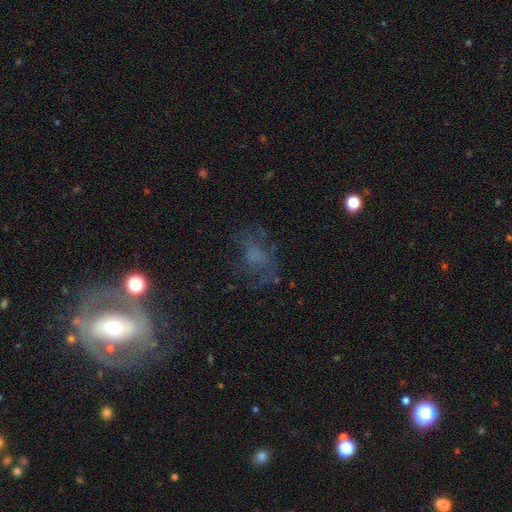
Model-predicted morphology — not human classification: The model was most divided on "smooth or featured": smooth: 38%, featured or disk: 37%, star or artifact: 25%. More confident: merging — none (50%).